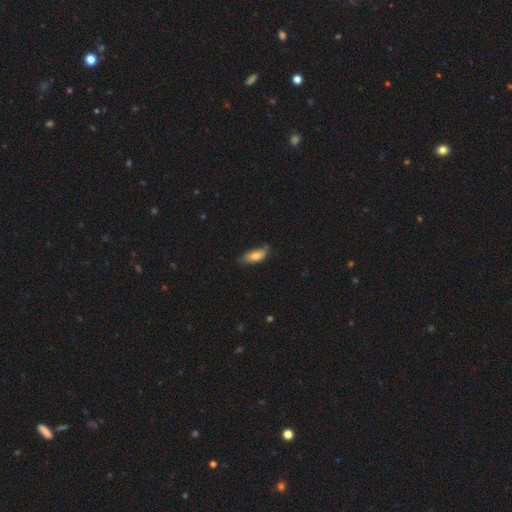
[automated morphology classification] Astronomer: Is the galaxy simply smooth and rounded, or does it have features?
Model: smooth — 76%.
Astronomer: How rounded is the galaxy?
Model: in between — 74%.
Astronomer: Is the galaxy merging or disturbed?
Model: none — 62%.